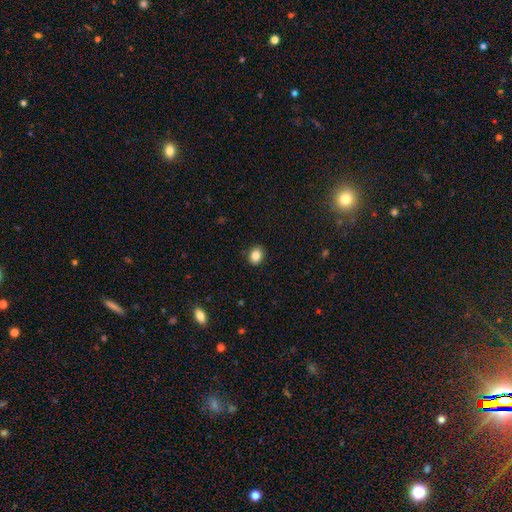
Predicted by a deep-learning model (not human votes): Smooth or featured: smooth — 86% (star or artifact — 9%)
How rounded: in between — 54% (round — 45%)
Merging: none — 88% (minor disturbance — 9%)